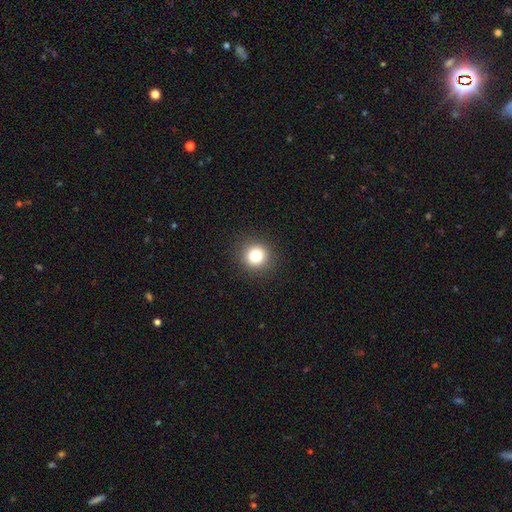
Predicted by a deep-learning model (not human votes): This appears to be a smooth galaxy with no disk features (81%) that is round (93%). Merging: none (92%).